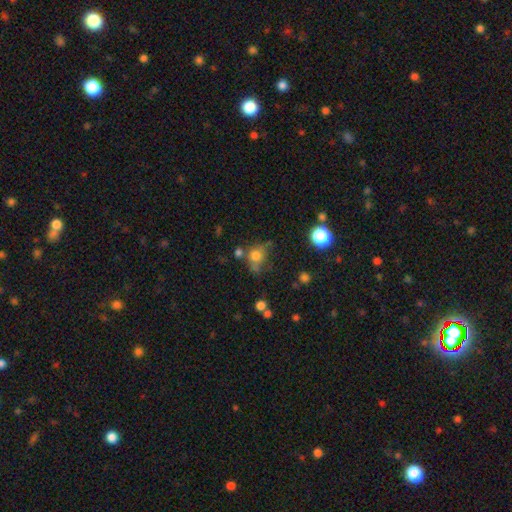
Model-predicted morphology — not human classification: This appears to be a smooth galaxy with no disk features (69%) that is round (69%). Merging: none (44%).